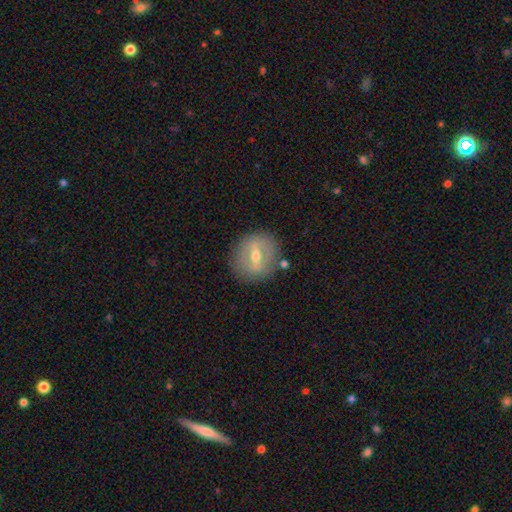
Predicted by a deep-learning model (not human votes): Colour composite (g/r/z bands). It shows a featured or disk galaxy (62%) with a strong bar (55%), no spiral arms (81%) and a moderate central bulge (66%). Merging: none (83%).